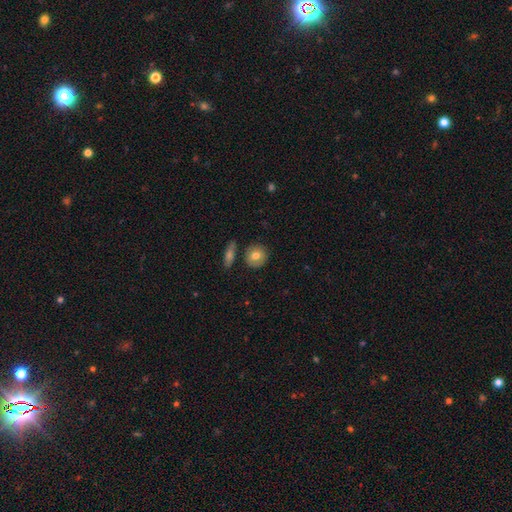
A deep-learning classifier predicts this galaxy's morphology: Smooth or featured?
  - smooth: 74% *
  - featured or disk: 19%
  - star or artifact: 7%
How rounded?
  - round: 87% *
  - in between: 11%
  - cigar-shaped: 2%
Merging?
  - none: 80% *
  - minor disturbance: 11%
  - merger: 6%
  - major disturbance: 3%